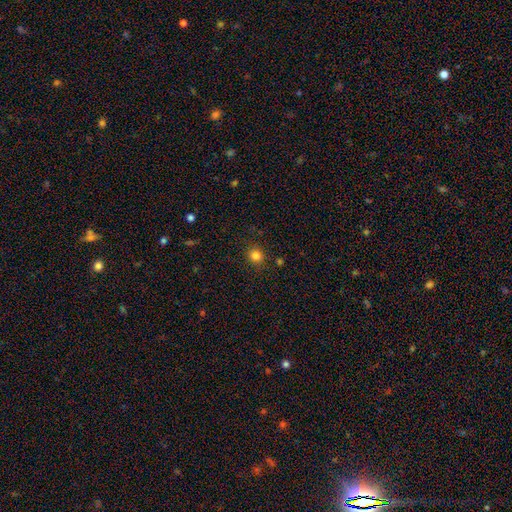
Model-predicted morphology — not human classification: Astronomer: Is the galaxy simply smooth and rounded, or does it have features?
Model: smooth — 83%.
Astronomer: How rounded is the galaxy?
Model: round — 87%.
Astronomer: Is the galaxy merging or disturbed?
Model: none — 88%.